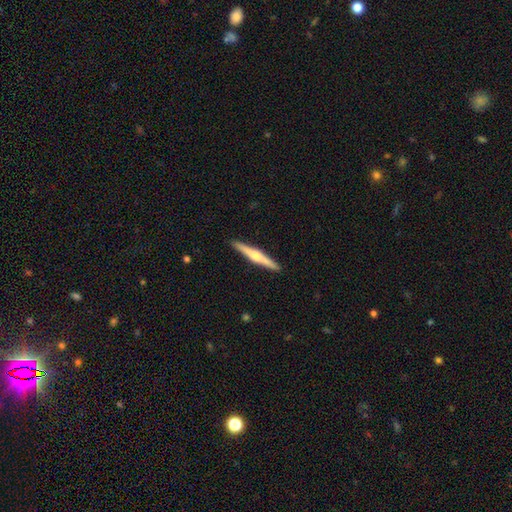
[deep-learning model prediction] A featured or disk galaxy (65%) viewed edge-on (98%) with a rounded central bulge (81%).

Vote fractions:
- Smooth or featured? featured or disk: 65% / smooth: 31% / star or artifact: 5%
- Edge-on disk? yes: 98% / no: 2%
- Edge-on bulge? rounded: 81% / none: 10% / boxy: 9%
- Merging? none: 92% / minor disturbance: 6% / major disturbance: 1% / merger: 1%